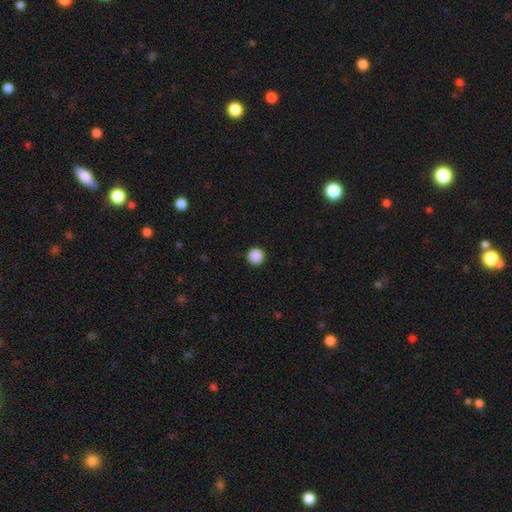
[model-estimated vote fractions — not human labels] This appears to be a smooth galaxy with no disk features (89%) that is round (96%). Merging: none (93%).